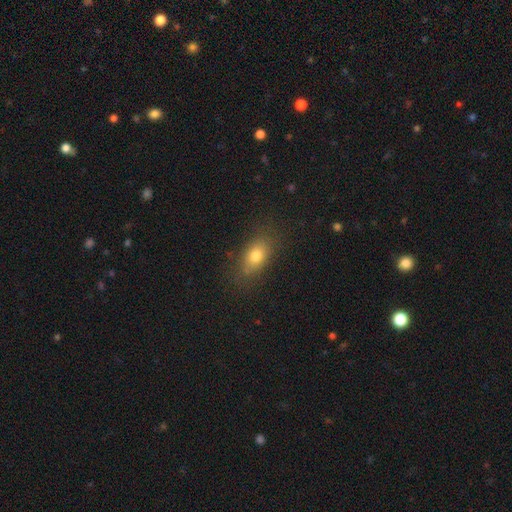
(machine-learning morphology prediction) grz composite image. It shows a smooth galaxy with no disk features (77%) that is in between round and cigar-shaped (82%). Merging: none (79%).